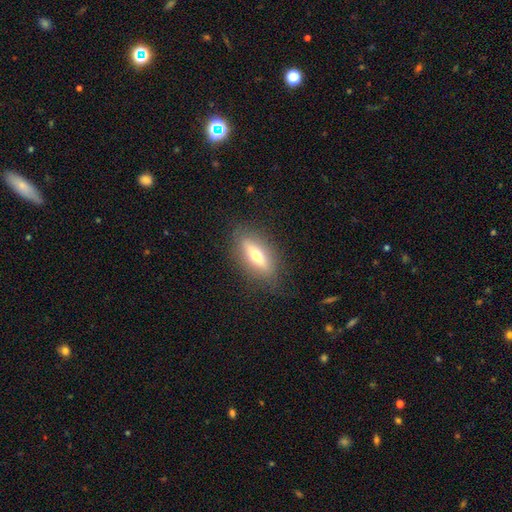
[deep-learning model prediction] smooth 46% (tied), featured or disk 46% (tied), star or artifact 7%. Down the decision tree: merging — none (84%).